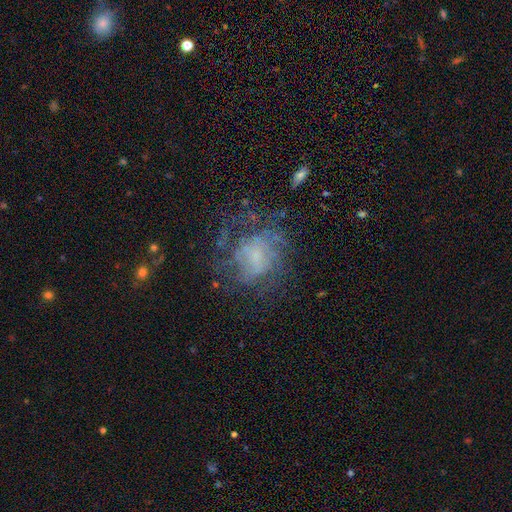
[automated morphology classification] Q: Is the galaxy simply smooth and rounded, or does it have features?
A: featured or disk — 63%.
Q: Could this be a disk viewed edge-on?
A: no — 97%.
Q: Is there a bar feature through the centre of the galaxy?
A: no — 71%.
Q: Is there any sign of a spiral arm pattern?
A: yes — 60%.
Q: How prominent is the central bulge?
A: small — 39%.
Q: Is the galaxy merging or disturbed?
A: none — 56%.